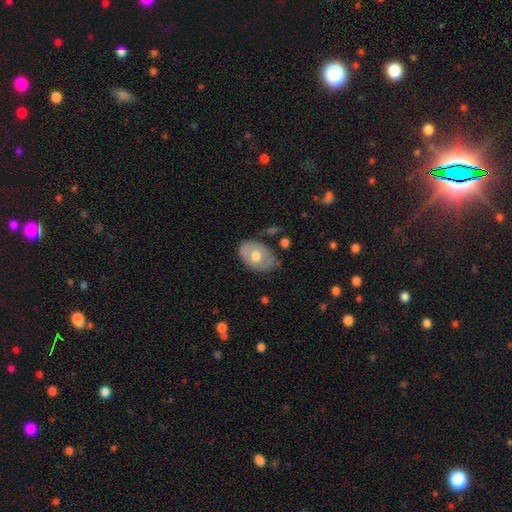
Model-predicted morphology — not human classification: smooth 56%, featured or disk 39%, star or artifact 6%. Down the decision tree: how rounded — in between (82%); merging — none (66%).